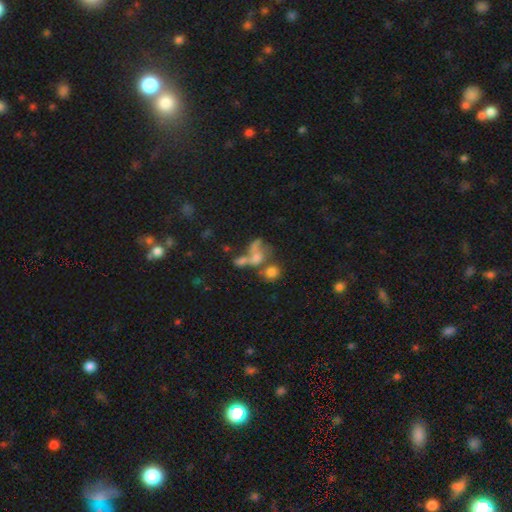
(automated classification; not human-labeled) Smooth or featured? Predicted: smooth (p=0.47). Merging? Predicted: merger (p=0.49).